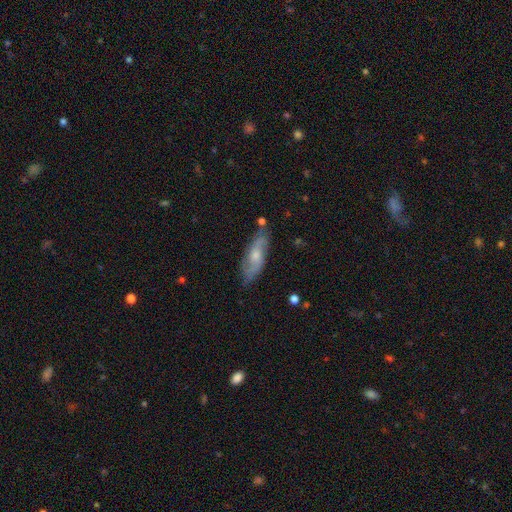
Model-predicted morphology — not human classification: The model was most divided on "smooth or featured": featured or disk: 62%, smooth: 31%, star or artifact: 6%. More confident: edge-on disk — no (80%); merging — none (75%).